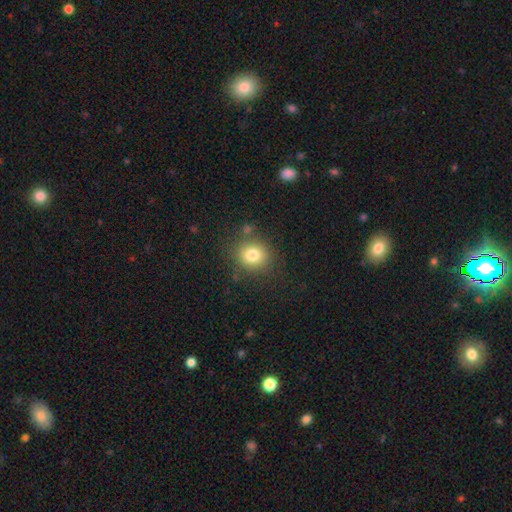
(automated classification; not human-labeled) A smooth galaxy with no disk features (79%) that is round (82%). Merging: none (83%).